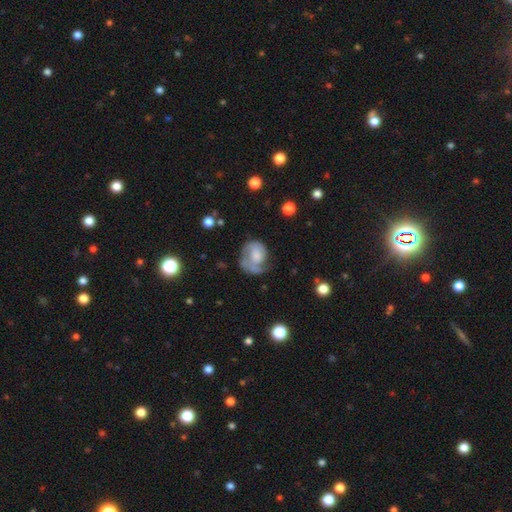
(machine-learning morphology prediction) Smooth or featured? Predicted: featured or disk (p=0.49). Merging? Predicted: major disturbance (p=0.36).